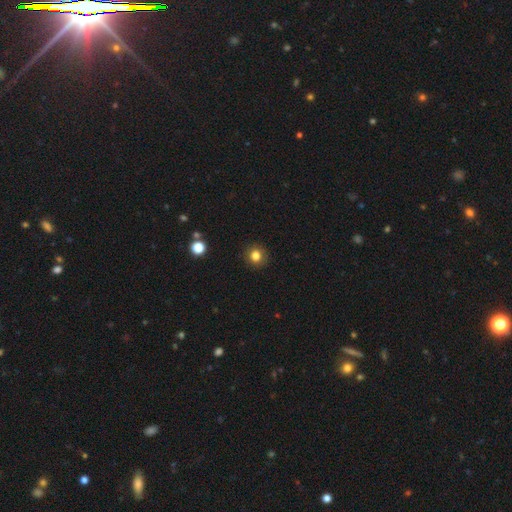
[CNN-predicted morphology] smooth 82%, star or artifact 13%, featured or disk 6%. Down the decision tree: how rounded — round (87%); merging — none (90%).